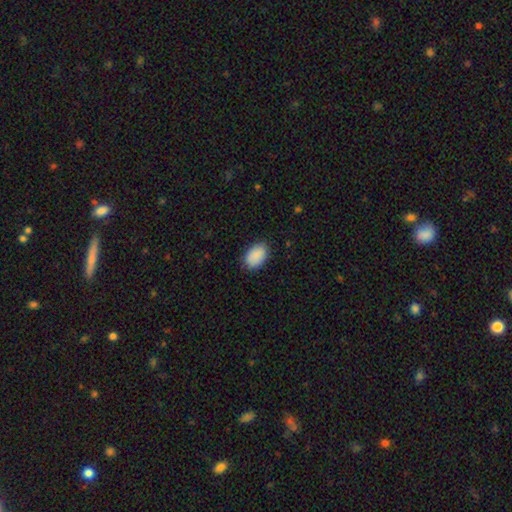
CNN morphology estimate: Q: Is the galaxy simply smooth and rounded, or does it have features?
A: smooth — 90%.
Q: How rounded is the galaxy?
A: in between — 87%.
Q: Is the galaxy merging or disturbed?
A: none — 84%.